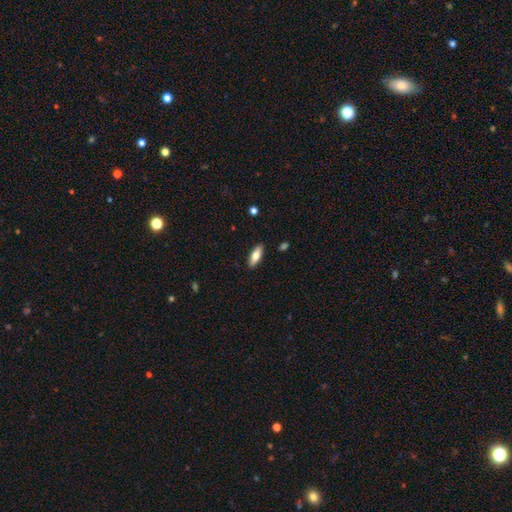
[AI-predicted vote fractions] Smooth or featured? smooth (75%)
How rounded? in between (68%)
Merging? none (89%)